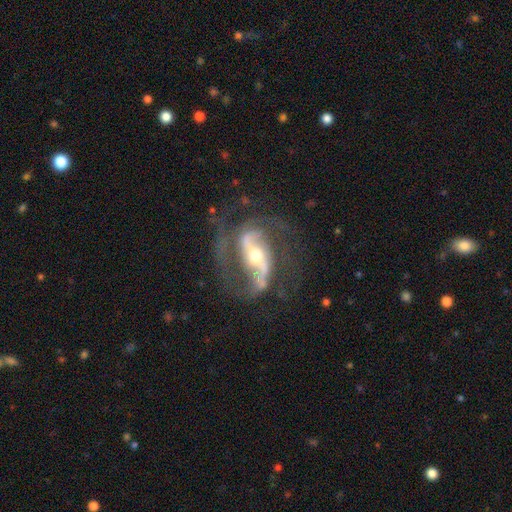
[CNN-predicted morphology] A featured or disk galaxy (89%) with a strong bar (52%), 2 (86%) medium (49%) spiral arms (95%) and a moderate central bulge (54%). Merging: none (62%).